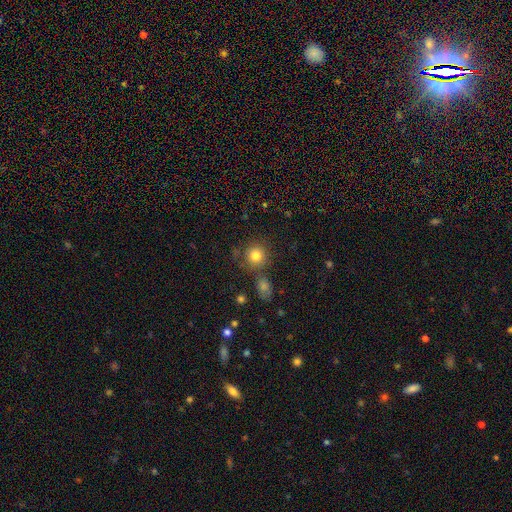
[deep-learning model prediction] smooth-or-featured: smooth: 81% | star or artifact: 11% | featured or disk: 8%
  how-rounded: round: 90% | in between: 9% | cigar-shaped: 1%
  merging: none: 73% | merger: 12% | minor disturbance: 11% | major disturbance: 4%